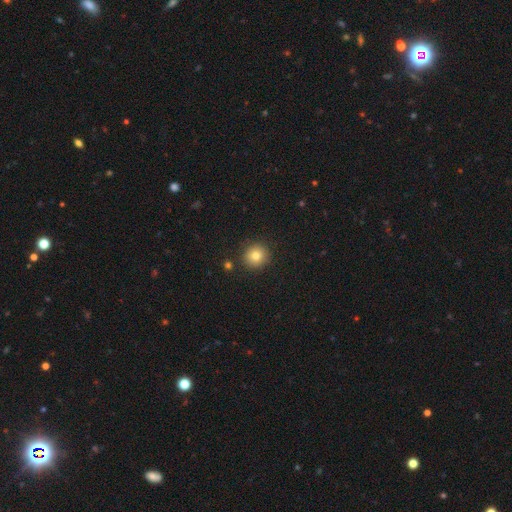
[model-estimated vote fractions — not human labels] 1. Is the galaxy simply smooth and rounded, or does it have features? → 81% smooth, 11% star or artifact, 8% featured or disk.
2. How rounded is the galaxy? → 93% round, 6% in between, 1% cigar-shaped.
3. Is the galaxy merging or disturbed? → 89% none, 6% minor disturbance, 2% merger, 2% major disturbance.